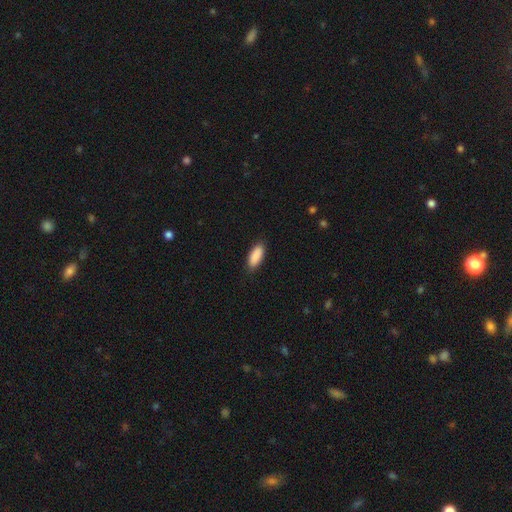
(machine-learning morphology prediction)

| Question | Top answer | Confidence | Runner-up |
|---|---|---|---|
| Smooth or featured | smooth | 91% | star or artifact (6%) |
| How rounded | in between | 80% | cigar-shaped (18%) |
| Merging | none | 87% | minor disturbance (10%) |